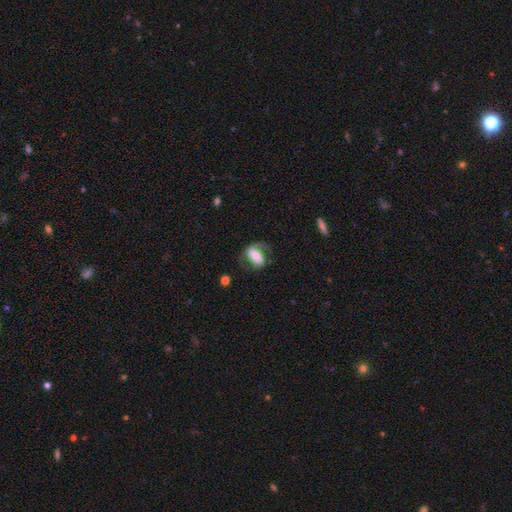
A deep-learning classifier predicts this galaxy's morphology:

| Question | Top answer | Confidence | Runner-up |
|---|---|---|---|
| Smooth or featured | featured or disk | 61% | smooth (32%) |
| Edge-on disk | no | 94% | yes (6%) |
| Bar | strong | 46% | weak (27%) |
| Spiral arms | yes | 78% | no (22%) |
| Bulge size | moderate | 58% | small (26%) |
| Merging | none | 55% | major disturbance (22%) |